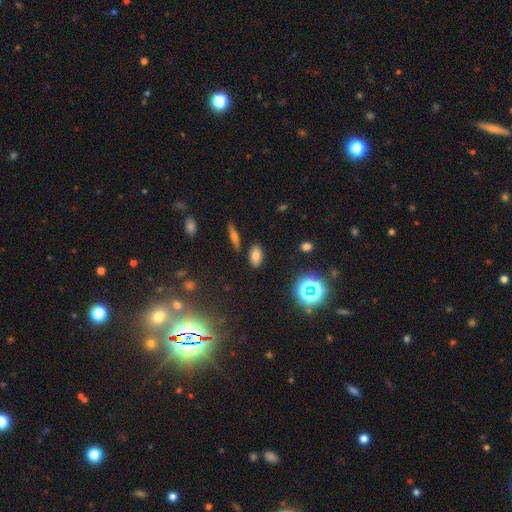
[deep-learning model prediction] Morphology: type=smooth (72%); roundness=in between (89%); merging=none (85%).